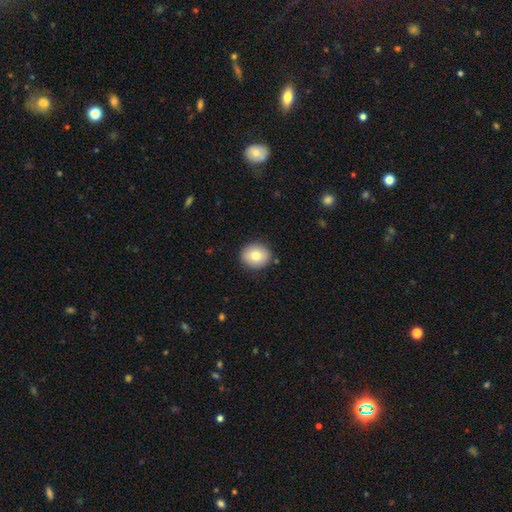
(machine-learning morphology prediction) Smooth or featured?
  - smooth: 81% *
  - featured or disk: 11%
  - star or artifact: 8%
How rounded?
  - round: 75% *
  - in between: 25%
  - cigar-shaped: 1%
Merging?
  - none: 88% *
  - minor disturbance: 9%
  - major disturbance: 2%
  - merger: 1%